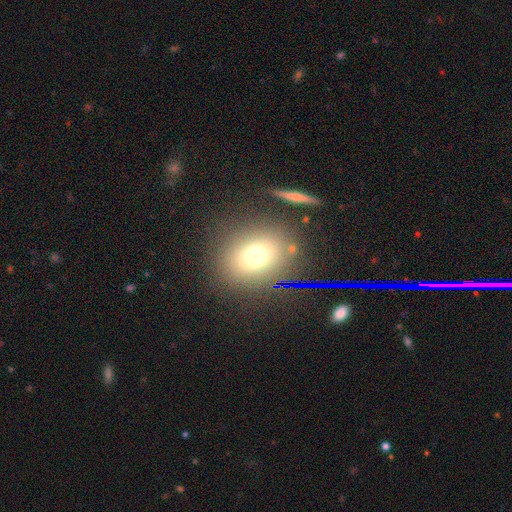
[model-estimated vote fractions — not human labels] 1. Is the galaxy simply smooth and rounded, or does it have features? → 70% smooth, 18% star or artifact, 12% featured or disk.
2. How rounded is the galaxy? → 58% round, 40% in between, 2% cigar-shaped.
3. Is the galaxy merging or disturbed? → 81% none, 10% minor disturbance, 5% merger, 5% major disturbance.